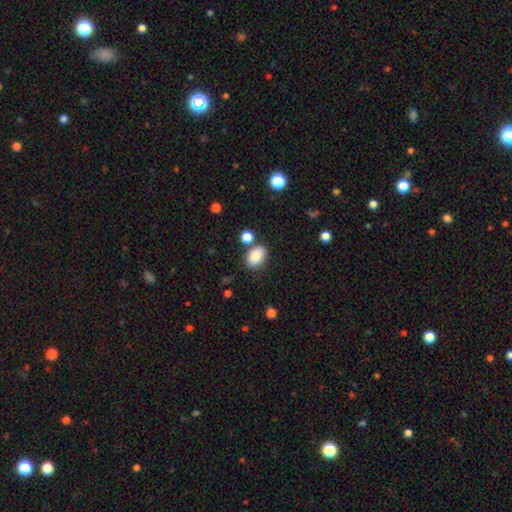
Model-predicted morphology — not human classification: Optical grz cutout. It shows a smooth galaxy with no disk features (85%) that is in between round and cigar-shaped (82%). Merging: none (74%).